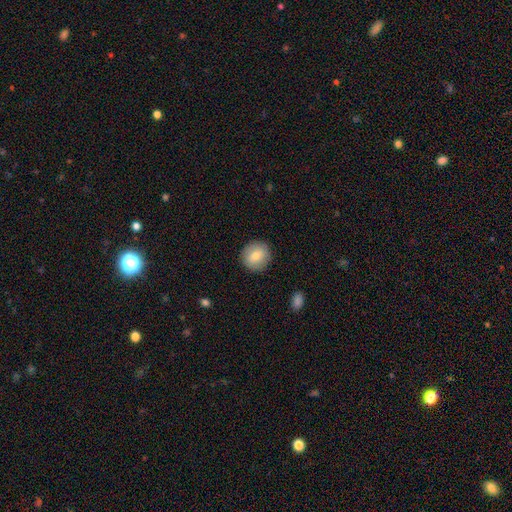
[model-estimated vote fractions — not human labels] Smooth or featured? Predicted: smooth (p=0.78). How rounded? Predicted: round (p=0.90). Merging? Predicted: none (p=0.90).